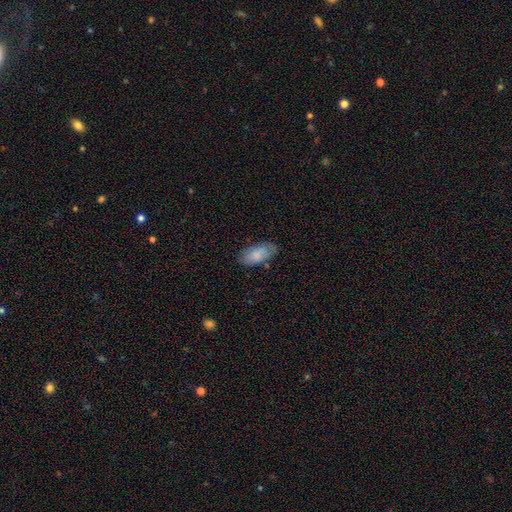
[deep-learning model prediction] A smooth galaxy with no disk features (83%) that is in between round and cigar-shaped (92%).

Vote fractions:
- Smooth or featured? smooth: 83% / featured or disk: 11% / star or artifact: 6%
- How rounded? in between: 92% / cigar-shaped: 6% / round: 2%
- Merging? none: 77% / minor disturbance: 18% / major disturbance: 4% / merger: 2%